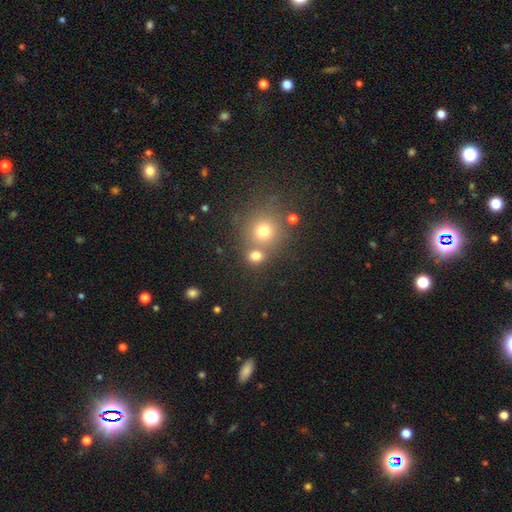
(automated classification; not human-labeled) Smooth or featured?
  - smooth: 74% *
  - star or artifact: 17%
  - featured or disk: 9%
How rounded?
  - round: 79% *
  - in between: 20%
  - cigar-shaped: 1%
Merging?
  - none: 57% *
  - merger: 31%
  - minor disturbance: 8%
  - major disturbance: 4%